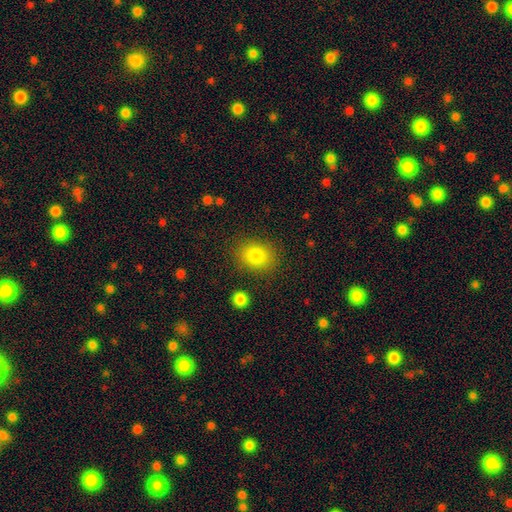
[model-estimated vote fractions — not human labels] smooth-or-featured: smooth: 83% | star or artifact: 10% | featured or disk: 7%
  how-rounded: round: 51% | in between: 48% | cigar-shaped: 1%
  merging: none: 83% | minor disturbance: 10% | major disturbance: 4% | merger: 3%